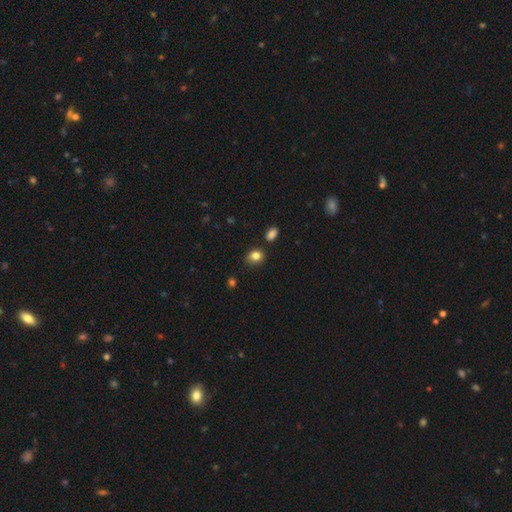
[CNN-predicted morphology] Smooth or featured? Predicted: smooth (p=0.83). How rounded? Predicted: round (p=0.54). Merging? Predicted: none (p=0.77).